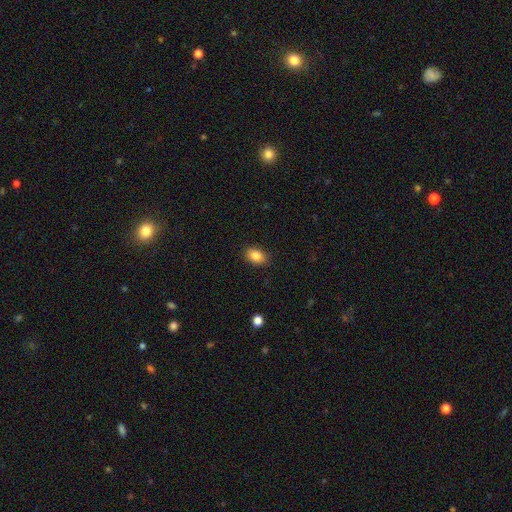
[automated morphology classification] This appears to be a smooth galaxy with no disk features (86%) that is in between round and cigar-shaped (83%). Merging: none (88%).